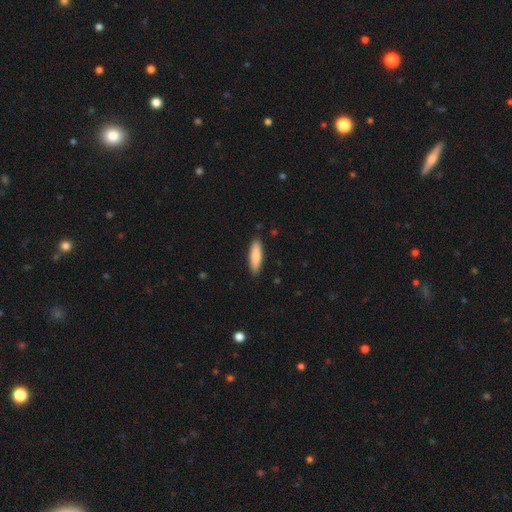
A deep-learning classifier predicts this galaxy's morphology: smooth-or-featured: smooth: 84% | featured or disk: 10% | star or artifact: 6%
  how-rounded: cigar-shaped: 56% | in between: 42% | round: 1%
  merging: none: 88% | minor disturbance: 9% | major disturbance: 2% | merger: 1%